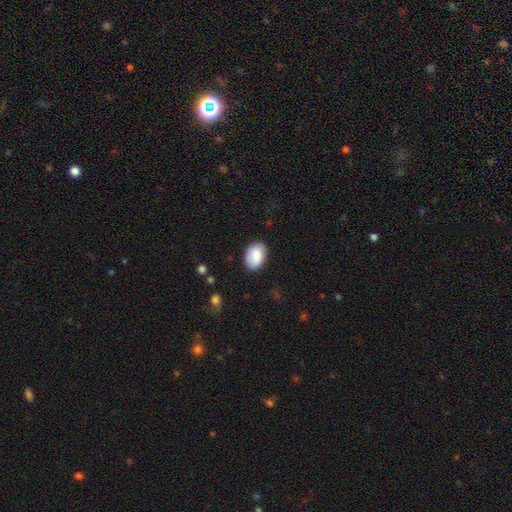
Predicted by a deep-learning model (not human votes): This appears to be a smooth galaxy with no disk features (83%) that is in between round and cigar-shaped (86%). Merging: none (81%).